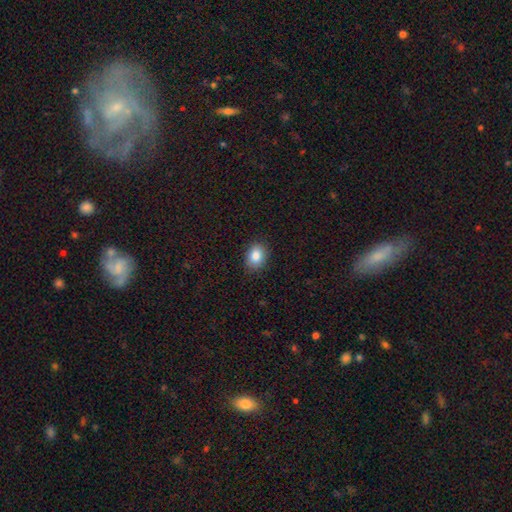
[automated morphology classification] A smooth galaxy with no disk features (85%) that is in between round and cigar-shaped (66%).

Vote fractions:
- Smooth or featured? smooth: 85% / star or artifact: 9% / featured or disk: 6%
- How rounded? in between: 66% / round: 33% / cigar-shaped: 1%
- Merging? none: 87% / minor disturbance: 9% / major disturbance: 2% / merger: 1%